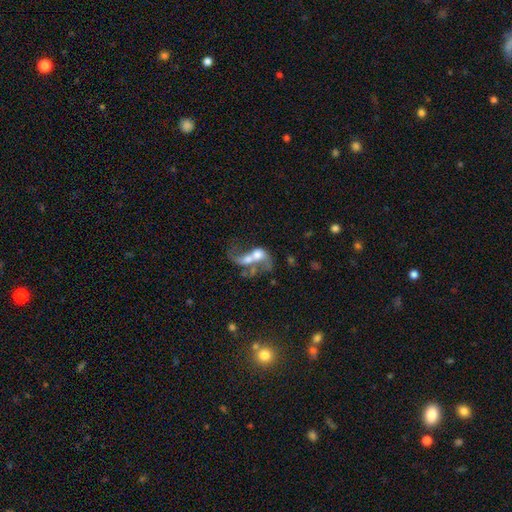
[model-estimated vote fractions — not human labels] Smooth or featured: featured or disk — 61% (smooth — 28%)
Edge-on disk: no — 96% (yes — 4%)
Bar: no — 68% (weak — 23%)
Spiral arms: yes — 56% (no — 44%)
Bulge size: moderate — 36% (large — 26%)
Merging: merger — 62% (major disturbance — 19%)